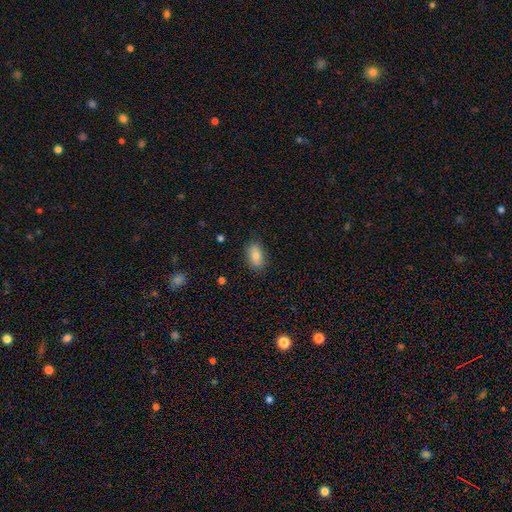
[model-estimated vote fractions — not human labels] Q: Smooth or featured?
A: smooth (76%); runner-up: featured or disk (15%)
Q: How rounded?
A: in between (86%); runner-up: round (12%)
Q: Merging?
A: none (84%); runner-up: minor disturbance (12%)